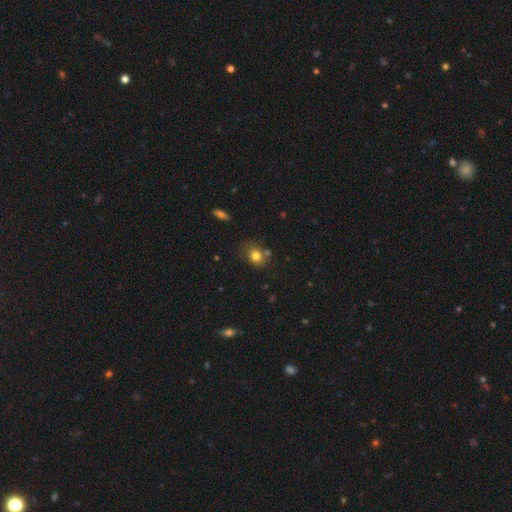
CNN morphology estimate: smooth-or-featured: smooth: 77% | star or artifact: 13% | featured or disk: 10%
  how-rounded: round: 65% | in between: 34% | cigar-shaped: 1%
  merging: none: 67% | minor disturbance: 17% | merger: 11% | major disturbance: 5%